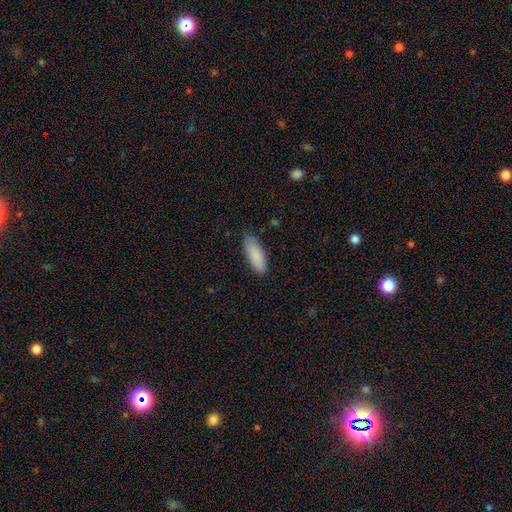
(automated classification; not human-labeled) Morphology: type=smooth (87%); roundness=in between (64%); merging=none (84%).